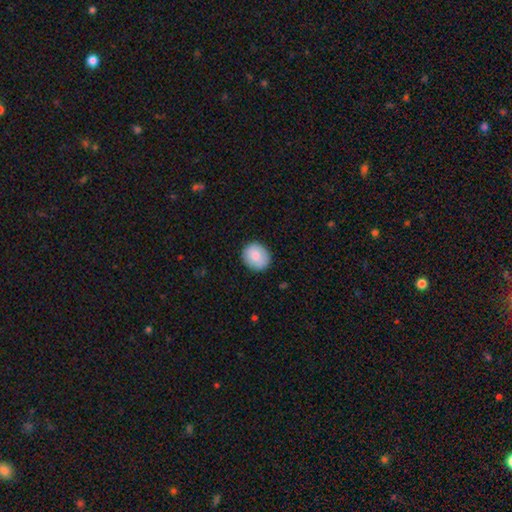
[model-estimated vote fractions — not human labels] The model was most divided on "how rounded": round: 76%, in between: 23%, cigar-shaped: 1%. More confident: merging — none (88%); smooth or featured — smooth (86%).